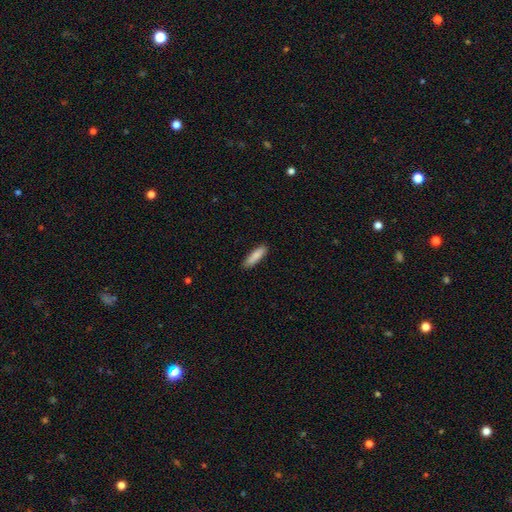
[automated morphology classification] type=smooth (87%); roundness=cigar-shaped (64%); merging=none (87%).